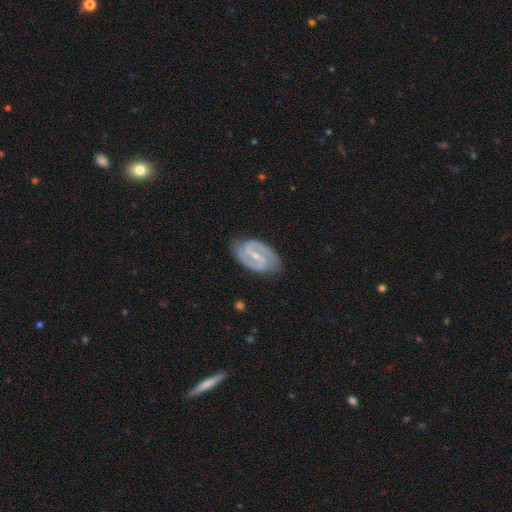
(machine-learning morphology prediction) This is clearly a featured or disk galaxy (91%). It is clearly not viewed edge-on (97%). Bar: marginally strong (43%). Spiral arm pattern: clearly yes (97%). Spiral arm count: clearly 2 (93%). Spiral winding: possibly medium (52%). Central bulge: likely small (66%). Merging: clearly none (83%).